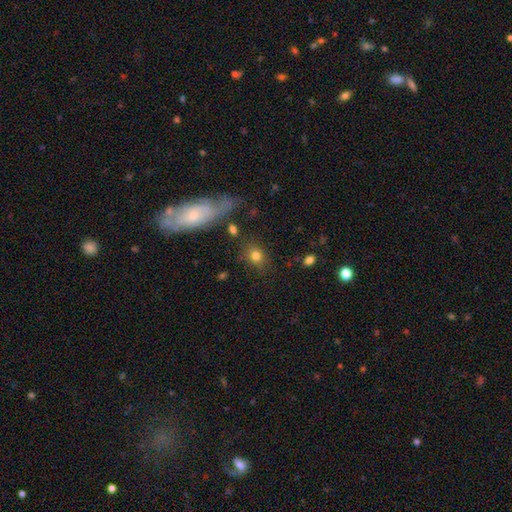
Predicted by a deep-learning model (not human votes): smooth 79%, star or artifact 11%, featured or disk 9%. Down the decision tree: how rounded — round (57%); merging — none (78%).